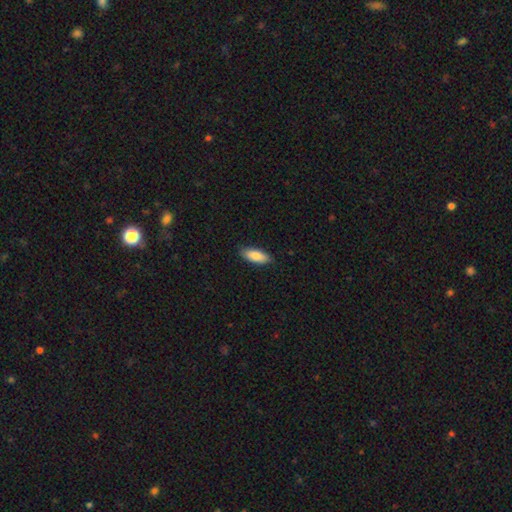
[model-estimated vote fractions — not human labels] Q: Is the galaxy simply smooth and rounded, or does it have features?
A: smooth — 85%.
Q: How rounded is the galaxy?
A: in between — 77%.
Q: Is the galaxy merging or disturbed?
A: none — 86%.